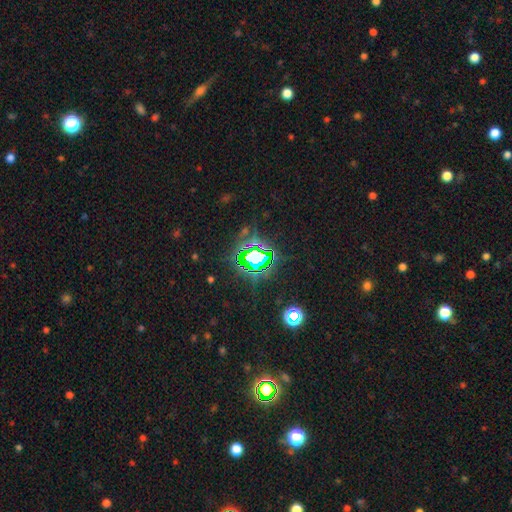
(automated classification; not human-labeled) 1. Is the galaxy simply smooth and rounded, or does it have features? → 77% star or artifact, 12% smooth, 11% featured or disk.